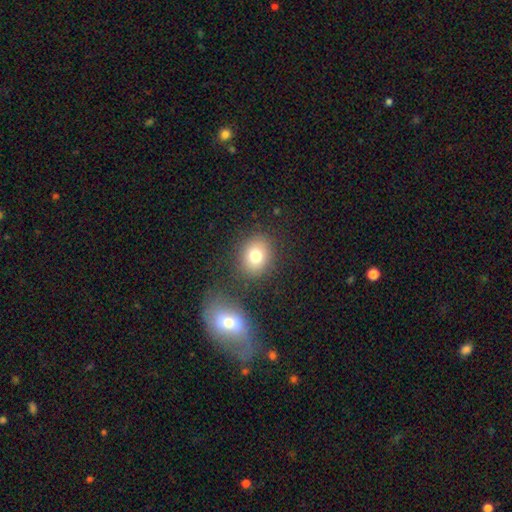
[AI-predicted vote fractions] A smooth galaxy with no disk features (77%) that is round (63%). Merging: none (81%).